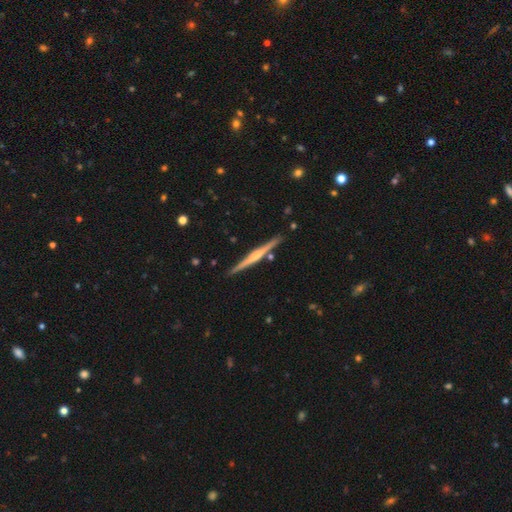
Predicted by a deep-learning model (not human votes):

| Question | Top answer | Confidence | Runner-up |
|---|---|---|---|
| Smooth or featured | featured or disk | 72% | smooth (22%) |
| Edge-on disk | yes | 98% | no (2%) |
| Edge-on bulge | rounded | 60% | none (26%) |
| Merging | none | 88% | minor disturbance (7%) |